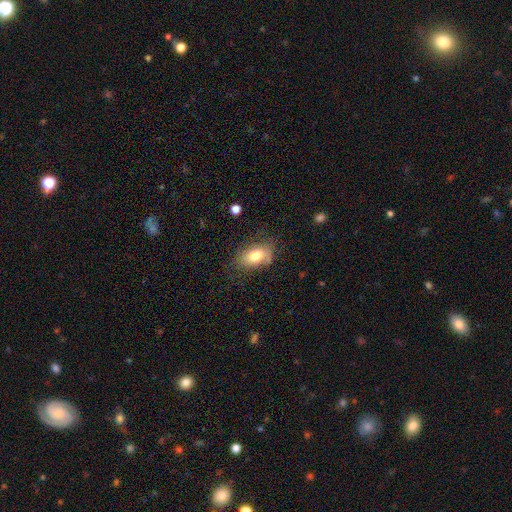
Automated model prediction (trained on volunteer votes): smooth 74%, featured or disk 17%, star or artifact 8%. Down the decision tree: how rounded — in between (89%); merging — none (65%).